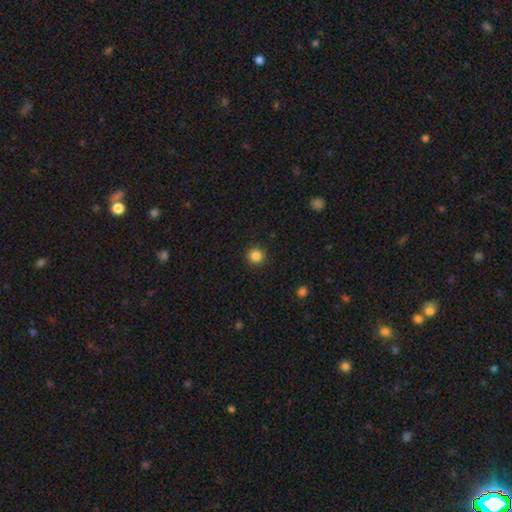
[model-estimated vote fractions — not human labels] A smooth galaxy with no disk features (85%) that is round (95%). Merging: none (92%).